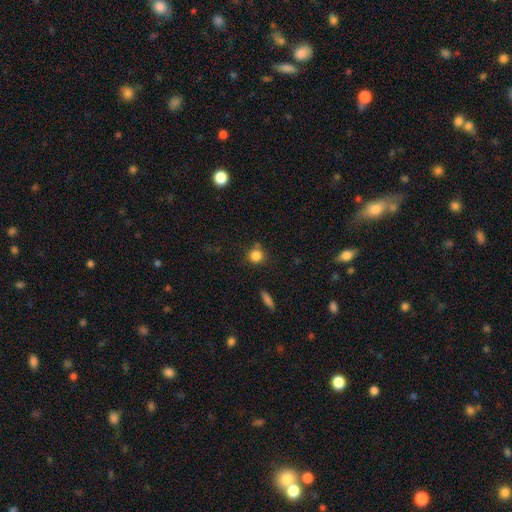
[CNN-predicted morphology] This is clearly a smooth galaxy (84%). How rounded: clearly round (88%). Merging: likely none (73%).